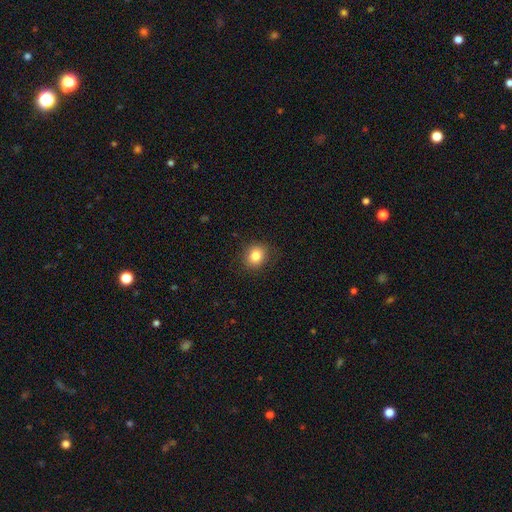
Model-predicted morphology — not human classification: Overall: smooth (83%). How rounded: round (74%). Merging: none (87%).